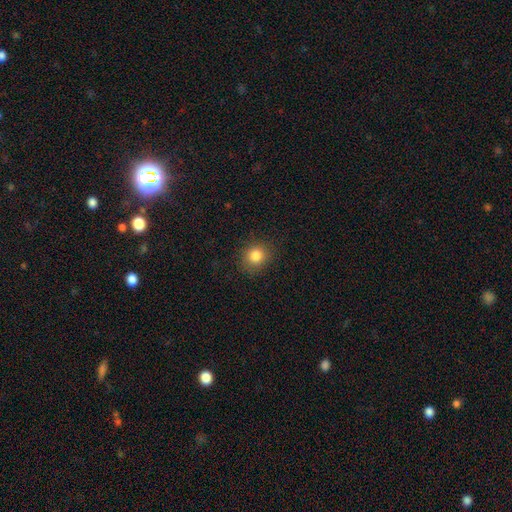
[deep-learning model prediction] Smooth or featured? smooth (83%)
How rounded? round (80%)
Merging? none (87%)